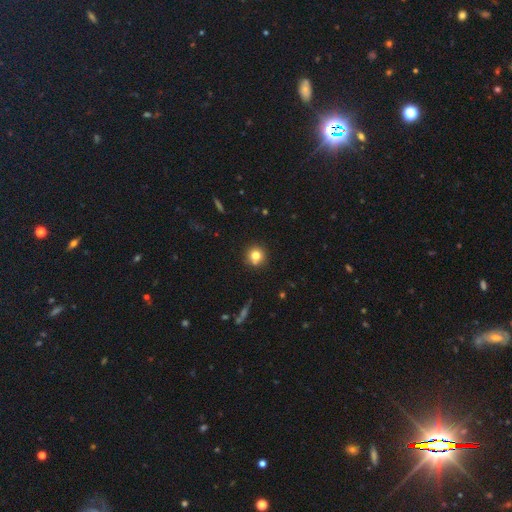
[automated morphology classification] Q: Smooth or featured?
A: smooth (78%); runner-up: star or artifact (13%)
Q: How rounded?
A: round (93%); runner-up: in between (6%)
Q: Merging?
A: none (81%); runner-up: minor disturbance (9%)